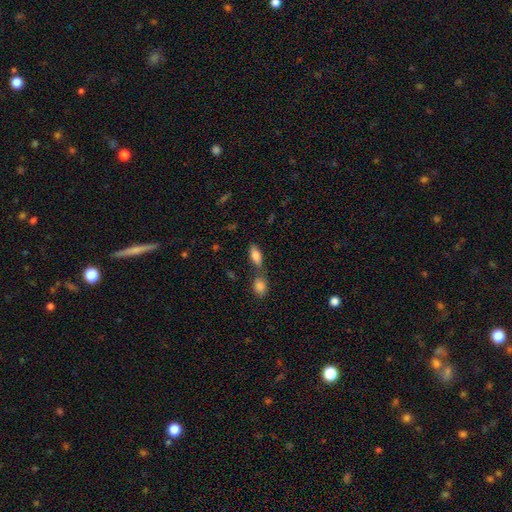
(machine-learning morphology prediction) The model was most divided on "merging": none: 50%, merger: 35%, minor disturbance: 11%, major disturbance: 4%. More confident: smooth or featured — smooth (81%); how rounded — in between (80%).